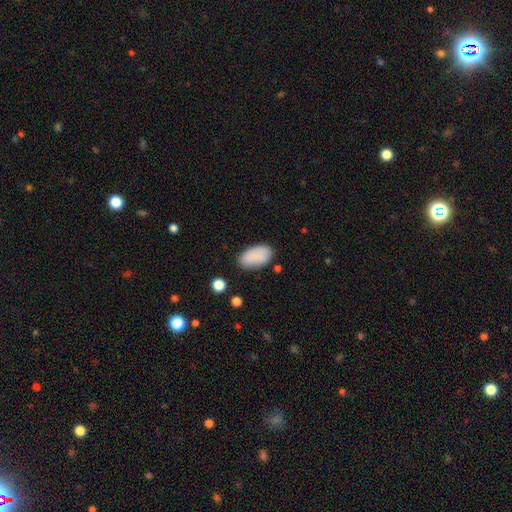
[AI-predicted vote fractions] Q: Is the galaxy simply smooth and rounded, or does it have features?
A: smooth — 87%.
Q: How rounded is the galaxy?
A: in between — 95%.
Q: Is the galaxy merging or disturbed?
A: none — 78%.